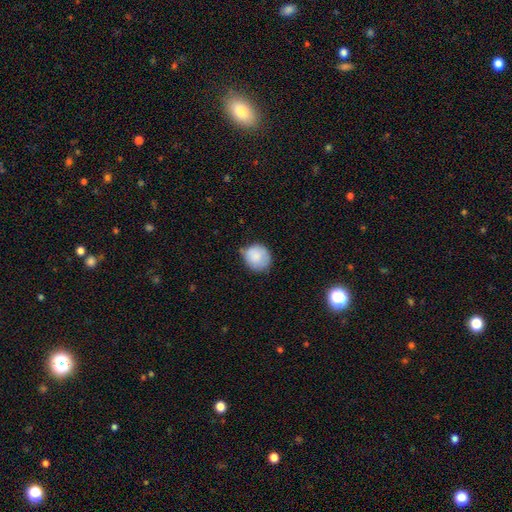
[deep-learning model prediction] Q: Smooth or featured?
A: smooth (85%); runner-up: featured or disk (8%)
Q: How rounded?
A: round (78%); runner-up: in between (21%)
Q: Merging?
A: none (62%); runner-up: minor disturbance (30%)